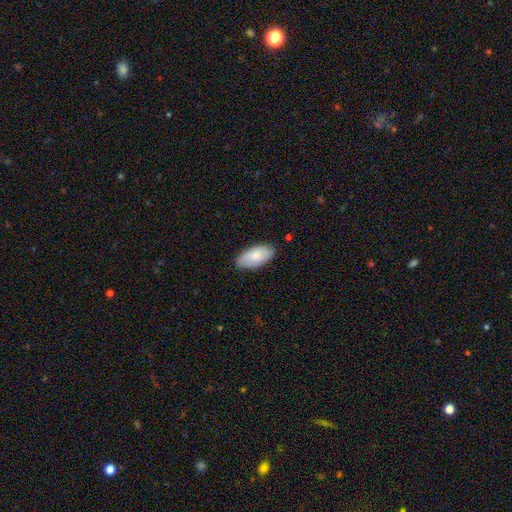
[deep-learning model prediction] Smooth or featured?
  - smooth: 77% *
  - featured or disk: 17%
  - star or artifact: 6%
How rounded?
  - in between: 93% *
  - cigar-shaped: 5%
  - round: 2%
Merging?
  - none: 82% *
  - minor disturbance: 14%
  - major disturbance: 2%
  - merger: 1%